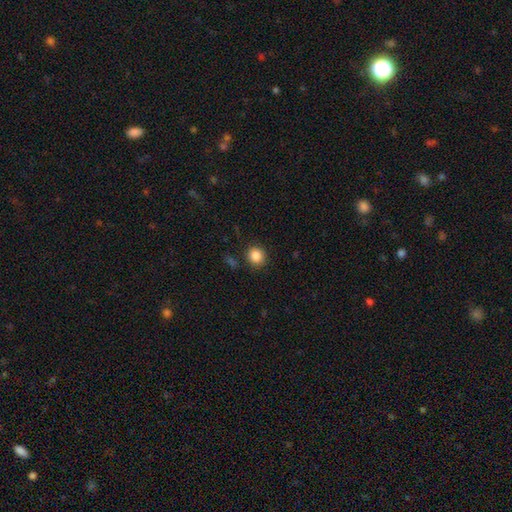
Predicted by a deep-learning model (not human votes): The model was most divided on "smooth or featured": smooth: 86%, star or artifact: 10%, featured or disk: 4%. More confident: how rounded — round (88%); merging — none (88%).